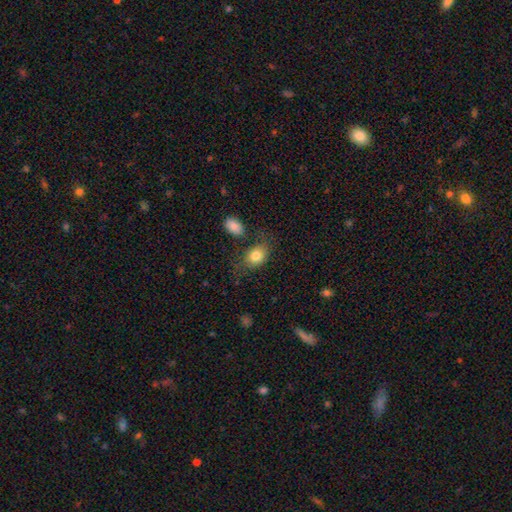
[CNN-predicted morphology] smooth-or-featured: smooth: 80% | featured or disk: 11% | star or artifact: 9%
  how-rounded: in between: 67% | round: 32% | cigar-shaped: 1%
  merging: none: 62% | minor disturbance: 20% | major disturbance: 10% | merger: 8%